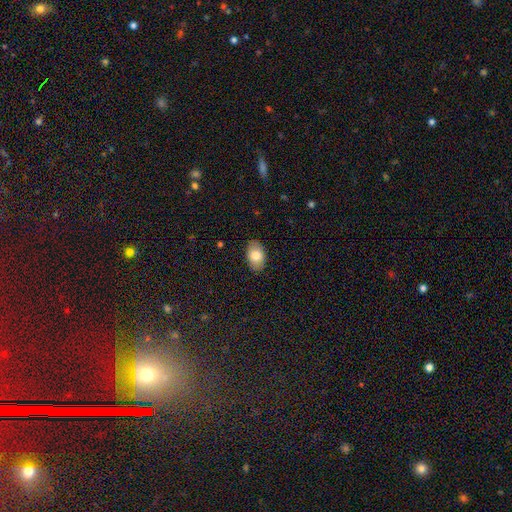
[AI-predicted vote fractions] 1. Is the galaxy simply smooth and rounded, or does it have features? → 81% smooth, 12% featured or disk, 7% star or artifact.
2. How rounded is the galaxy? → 91% in between, 8% round, 1% cigar-shaped.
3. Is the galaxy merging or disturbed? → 88% none, 9% minor disturbance, 2% major disturbance, 1% merger.